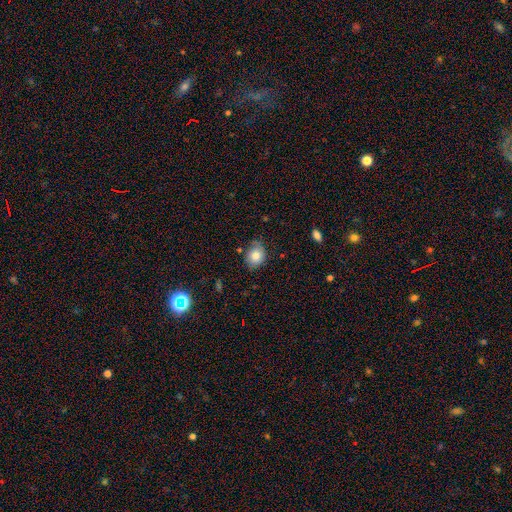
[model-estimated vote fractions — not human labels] This is likely a smooth galaxy (79%). How rounded: possibly round (53%). Merging: likely none (71%).